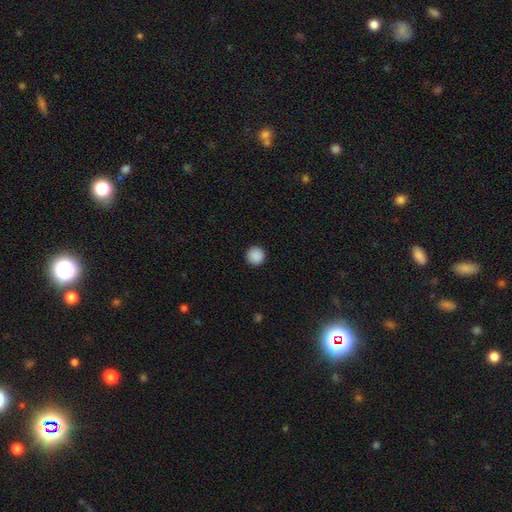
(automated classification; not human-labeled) A smooth galaxy with no disk features (89%) that is round (96%). Merging: none (93%).